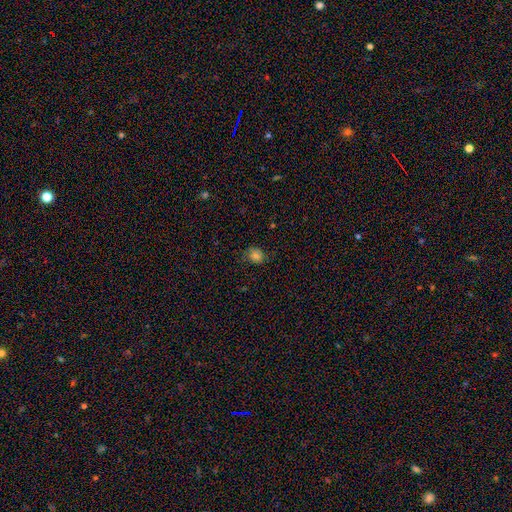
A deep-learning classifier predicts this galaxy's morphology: Smooth or featured? smooth (76%)
How rounded? round (65%)
Merging? none (73%)